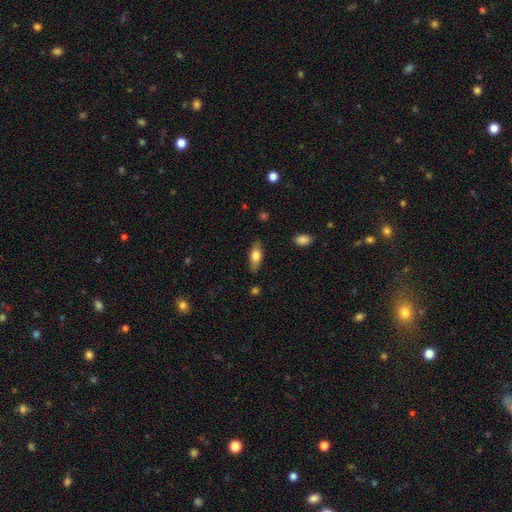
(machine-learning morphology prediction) smooth_or_featured: smooth (p=0.68) [alt: featured or disk p=0.26]
how_rounded: in between (p=0.74) [alt: cigar-shaped p=0.23]
merging: none (p=0.83) [alt: minor disturbance p=0.13]